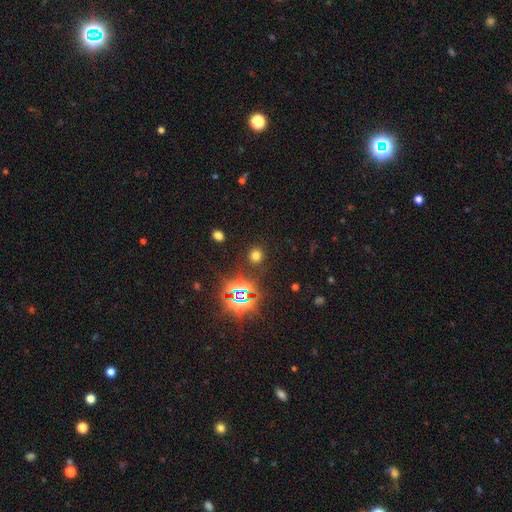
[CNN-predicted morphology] type=smooth (63%); roundness=round (88%); merging=none (88%).